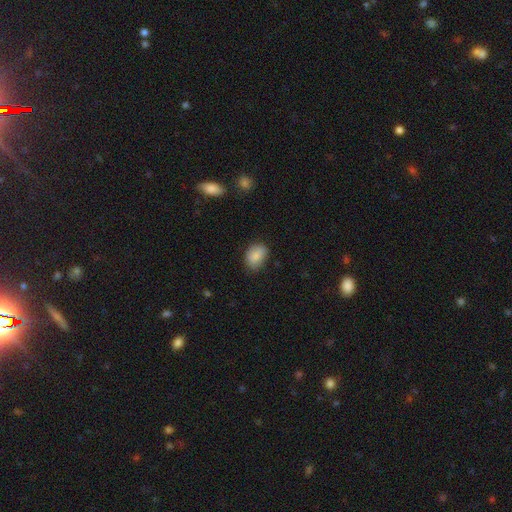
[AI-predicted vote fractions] A smooth galaxy with no disk features (86%) that is in between round and cigar-shaped (75%). Merging: none (76%).